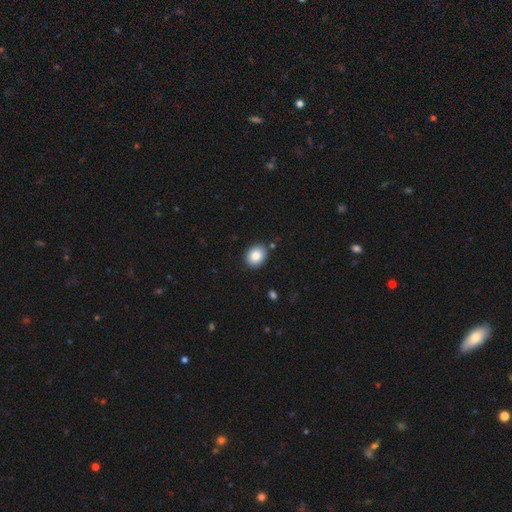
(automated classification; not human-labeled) Smooth or featured: smooth — 85% (star or artifact — 8%)
How rounded: round — 53% (in between — 46%)
Merging: none — 87% (minor disturbance — 8%)